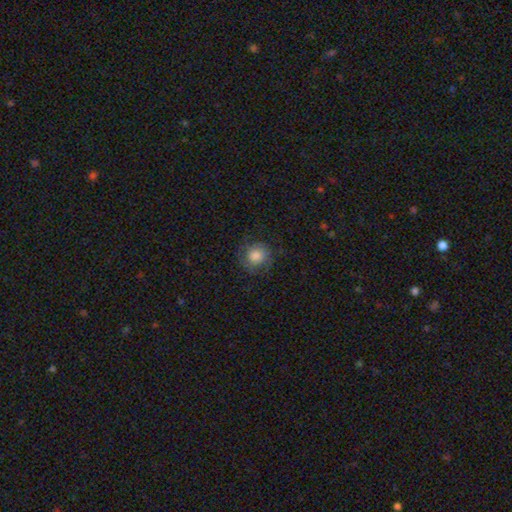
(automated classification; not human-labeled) This is likely a smooth galaxy (67%). How rounded: clearly round (88%). Merging: likely none (71%).